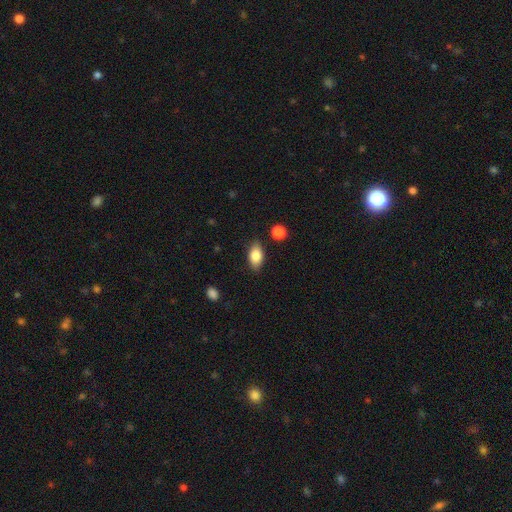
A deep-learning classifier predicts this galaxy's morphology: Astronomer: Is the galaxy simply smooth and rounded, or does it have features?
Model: smooth — 84%.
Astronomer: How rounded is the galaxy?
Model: in between — 90%.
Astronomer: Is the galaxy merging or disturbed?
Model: none — 83%.